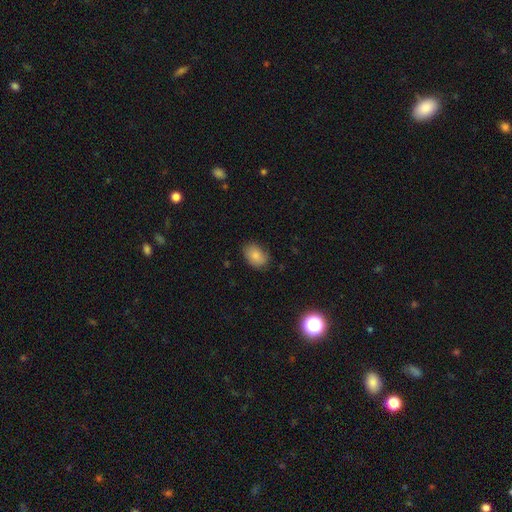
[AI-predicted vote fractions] Smooth or featured: smooth — 81% (featured or disk — 11%)
How rounded: in between — 78% (round — 21%)
Merging: none — 74% (minor disturbance — 21%)